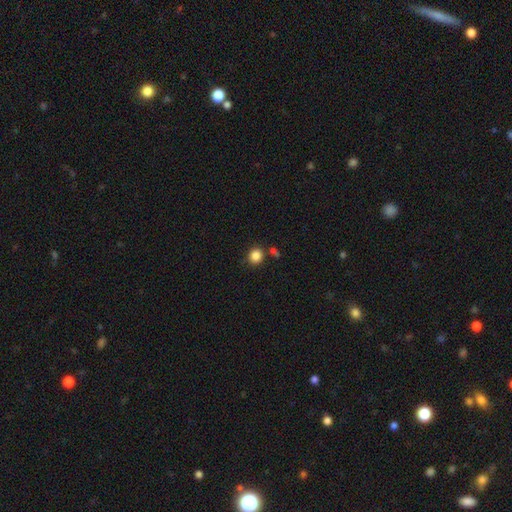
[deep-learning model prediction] Smooth or featured? Predicted: smooth (p=0.86). How rounded? Predicted: round (p=0.84). Merging? Predicted: none (p=0.80).